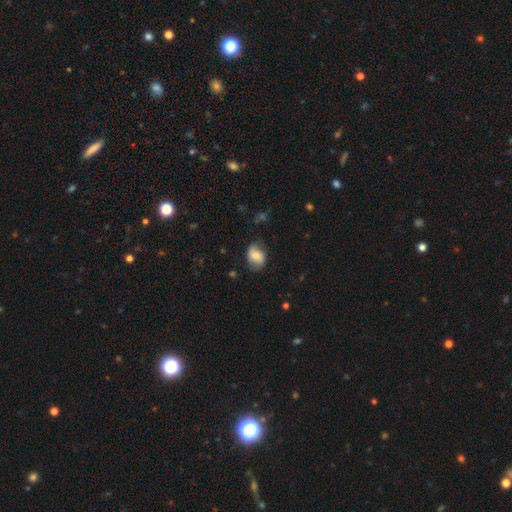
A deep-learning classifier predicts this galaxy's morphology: type=smooth (60%); roundness=in between (66%); merging=none (65%).